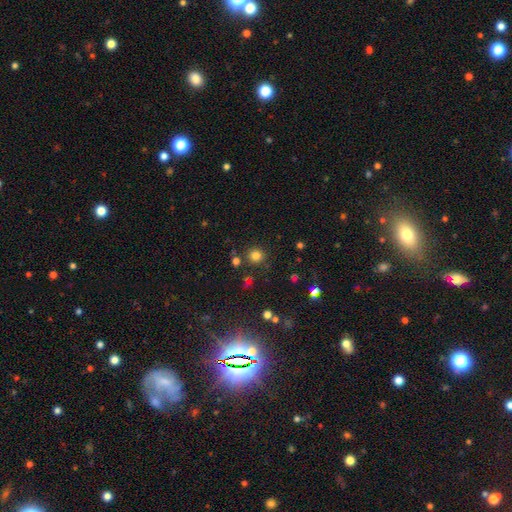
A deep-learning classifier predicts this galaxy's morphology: Q: Smooth or featured?
A: smooth (80%); runner-up: star or artifact (15%)
Q: How rounded?
A: round (92%); runner-up: in between (7%)
Q: Merging?
A: none (86%); runner-up: minor disturbance (7%)